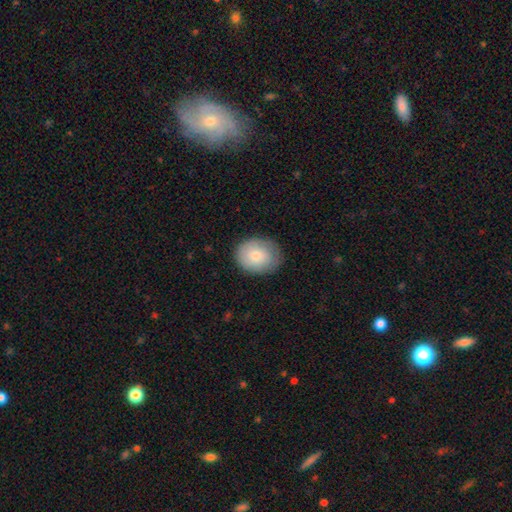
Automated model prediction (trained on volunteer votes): Morphology: type=smooth (76%); roundness=round (57%); merging=none (78%).